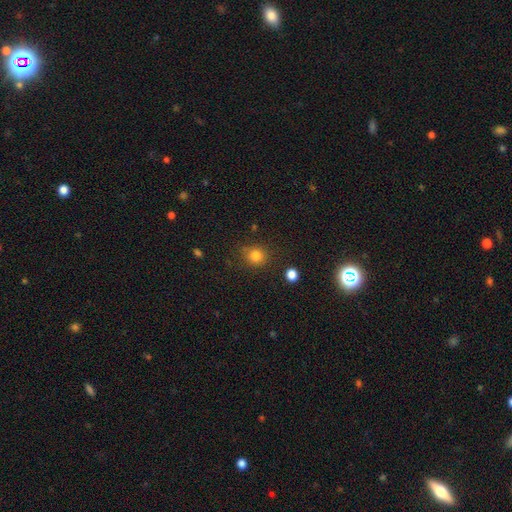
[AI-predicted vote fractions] smooth-or-featured: smooth: 82% | star or artifact: 13% | featured or disk: 5%
  how-rounded: round: 85% | in between: 14% | cigar-shaped: 1%
  merging: none: 81% | minor disturbance: 12% | major disturbance: 4% | merger: 3%